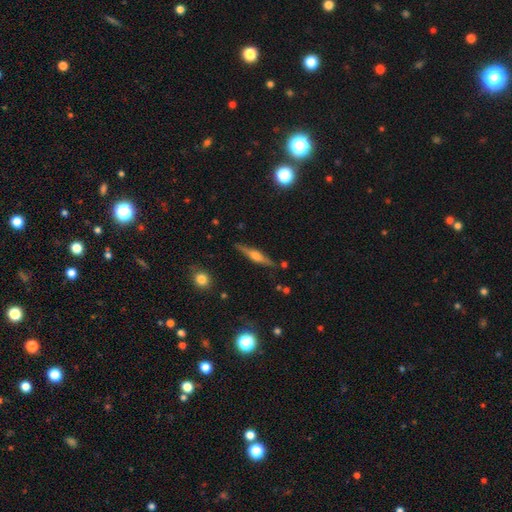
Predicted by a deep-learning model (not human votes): smooth-or-featured: featured or disk: 71% | smooth: 22% | star or artifact: 7%
  disk-edge-on: yes: 97% | no: 3%
    edge-on-bulge: rounded: 88% | boxy: 9% | none: 3%
  merging: none: 87% | minor disturbance: 9% | major disturbance: 2% | merger: 2%